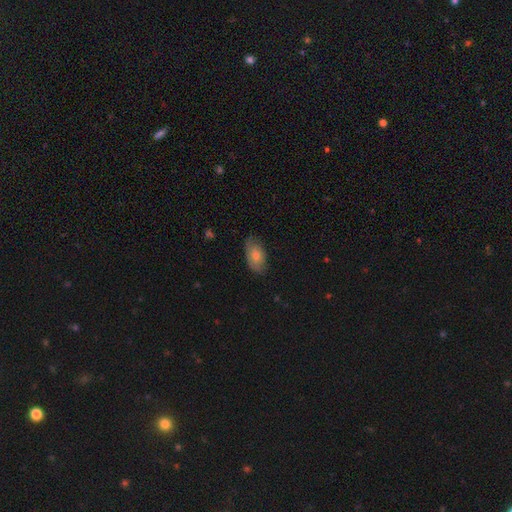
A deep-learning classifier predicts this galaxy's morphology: type=smooth (67%); roundness=in between (91%); merging=none (77%).